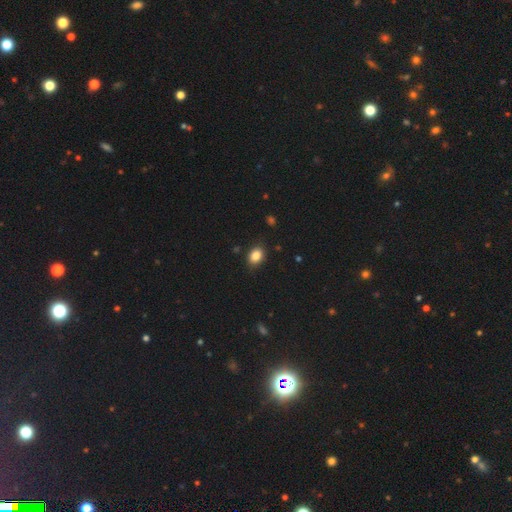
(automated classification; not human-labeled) Smooth or featured: smooth — 85% (star or artifact — 10%)
How rounded: in between — 71% (round — 28%)
Merging: none — 85% (minor disturbance — 12%)